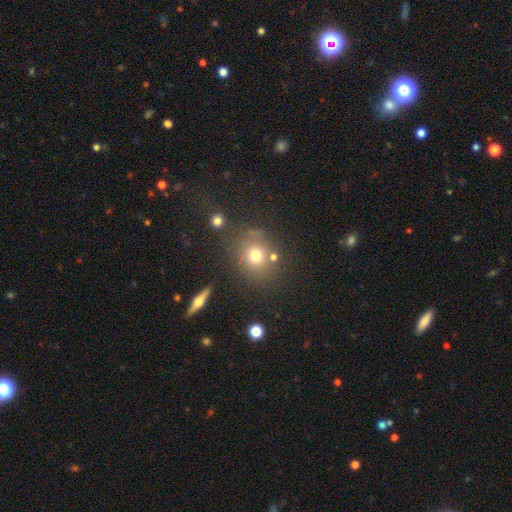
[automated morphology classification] A smooth galaxy with no disk features (72%) that is round (78%).

Vote fractions:
- Smooth or featured? smooth: 72% / star or artifact: 17% / featured or disk: 12%
- How rounded? round: 78% / in between: 21% / cigar-shaped: 1%
- Merging? none: 74% / minor disturbance: 12% / merger: 10% / major disturbance: 5%